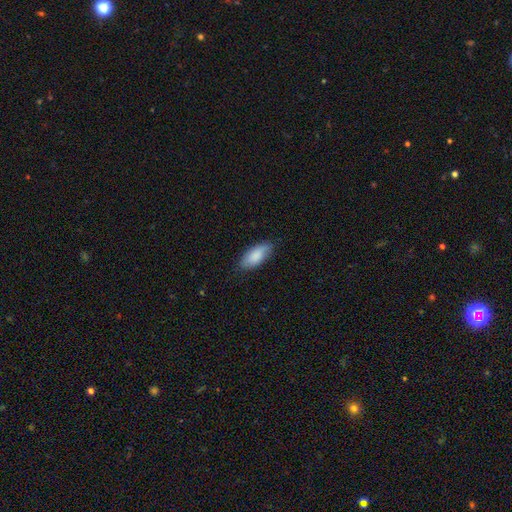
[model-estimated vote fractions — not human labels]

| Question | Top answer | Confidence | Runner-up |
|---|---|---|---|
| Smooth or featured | smooth | 85% | featured or disk (9%) |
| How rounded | in between | 84% | cigar-shaped (14%) |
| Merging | none | 80% | minor disturbance (16%) |